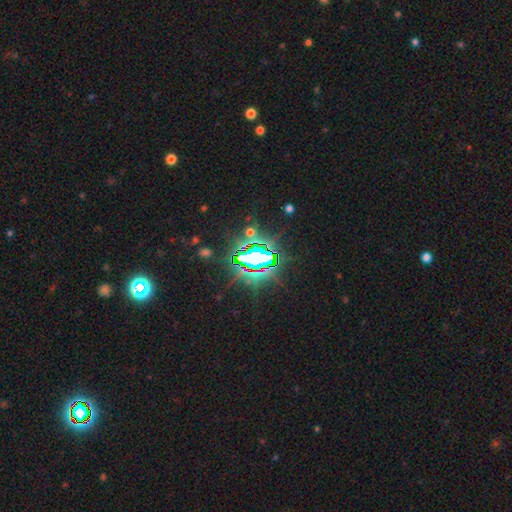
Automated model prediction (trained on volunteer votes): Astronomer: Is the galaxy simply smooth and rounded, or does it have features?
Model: star or artifact — 85%.